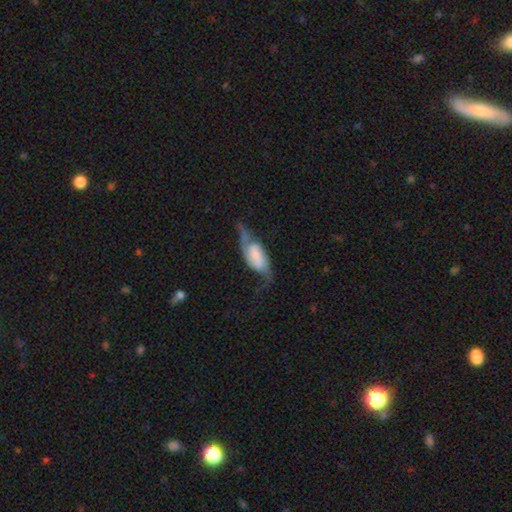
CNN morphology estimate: Smooth or featured?
  - featured or disk: 73% *
  - smooth: 21%
  - star or artifact: 7%
Edge-on disk?
  - no: 91% *
  - yes: 9%
Bar?
  - no: 40% *
  - weak: 37%
  - strong: 24%
Spiral arms?
  - yes: 91% *
  - no: 9%
Spiral winding?
  - loose: 64% *
  - medium: 27%
  - tight: 9%
Spiral arm count?
  - 2: 90% *
  - can't tell: 4%
  - 1: 3%
  - 3: 1%
  - 4: 1%
  - more than 4: 1%
Bulge size?
  - none: 38% *
  - small: 21%
  - large: 18%
  - moderate: 14%
  - dominant: 8%
Merging?
  - none: 49% *
  - minor disturbance: 24%
  - major disturbance: 23%
  - merger: 3%